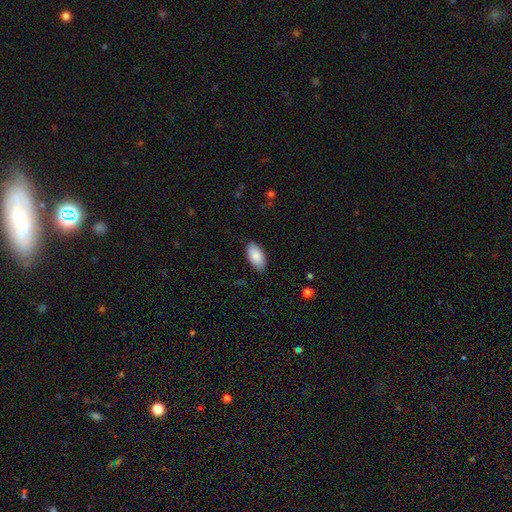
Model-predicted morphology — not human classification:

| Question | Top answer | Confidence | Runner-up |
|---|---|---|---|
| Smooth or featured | smooth | 88% | featured or disk (6%) |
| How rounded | in between | 95% | cigar-shaped (3%) |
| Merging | none | 87% | minor disturbance (10%) |